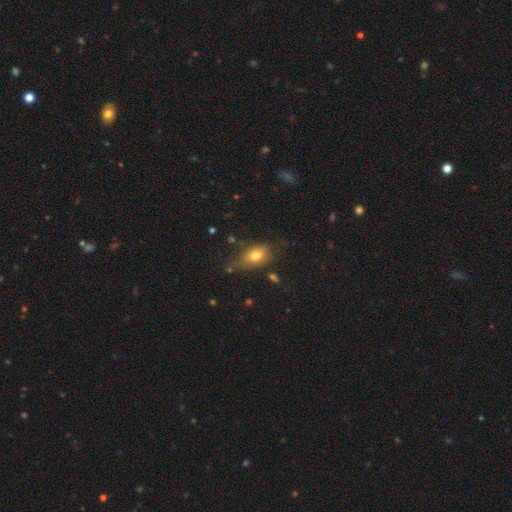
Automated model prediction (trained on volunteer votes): A smooth galaxy with no disk features (74%) that is in between round and cigar-shaped (85%).

Vote fractions:
- Smooth or featured? smooth: 74% / featured or disk: 16% / star or artifact: 9%
- How rounded? in between: 85% / round: 12% / cigar-shaped: 4%
- Merging? none: 61% / minor disturbance: 26% / major disturbance: 10% / merger: 4%